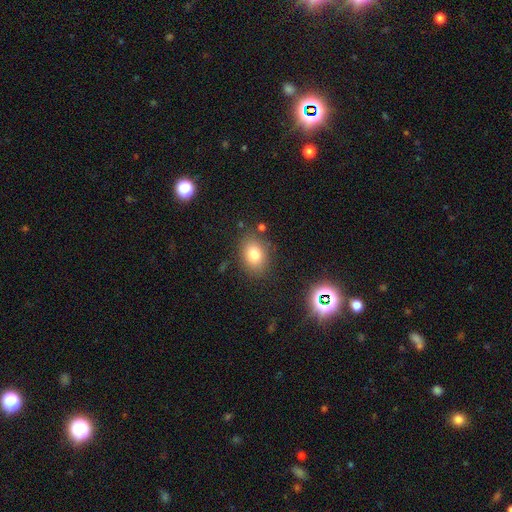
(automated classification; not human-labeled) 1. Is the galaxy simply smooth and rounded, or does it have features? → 79% smooth, 12% star or artifact, 10% featured or disk.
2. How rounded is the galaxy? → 67% in between, 32% round, 1% cigar-shaped.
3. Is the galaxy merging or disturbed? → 82% none, 12% minor disturbance, 4% major disturbance, 3% merger.